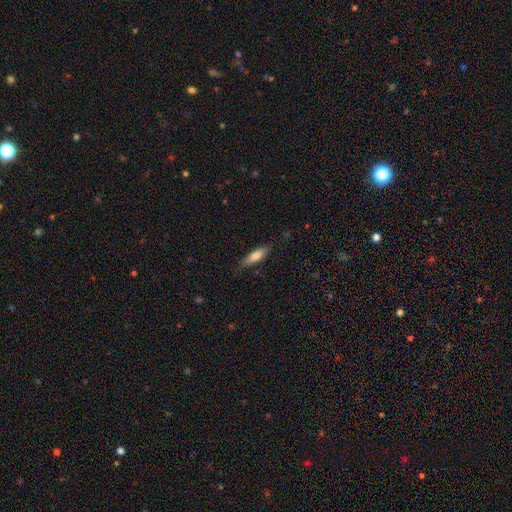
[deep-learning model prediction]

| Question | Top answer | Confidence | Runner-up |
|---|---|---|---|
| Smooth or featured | smooth | 77% | featured or disk (17%) |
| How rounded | cigar-shaped | 56% | in between (42%) |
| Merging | none | 76% | minor disturbance (19%) |